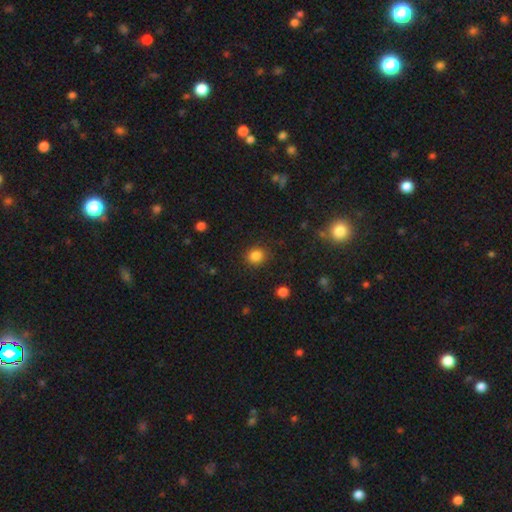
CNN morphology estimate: Smooth or featured: smooth — 84% (star or artifact — 12%)
How rounded: round — 82% (in between — 17%)
Merging: none — 88% (minor disturbance — 8%)